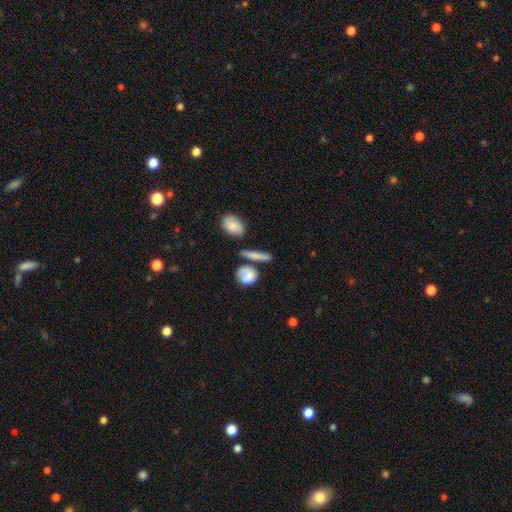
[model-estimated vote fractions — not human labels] The model was most divided on "how rounded": cigar-shaped: 45%, in between: 29%, round: 25%. More confident: smooth or featured — smooth (74%); merging — none (62%).